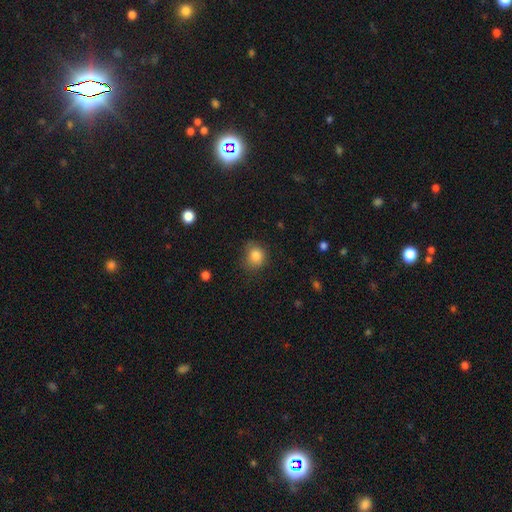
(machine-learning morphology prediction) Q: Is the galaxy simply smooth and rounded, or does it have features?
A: smooth — 83%.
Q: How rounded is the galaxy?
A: round — 76%.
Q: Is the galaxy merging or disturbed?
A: none — 66%.